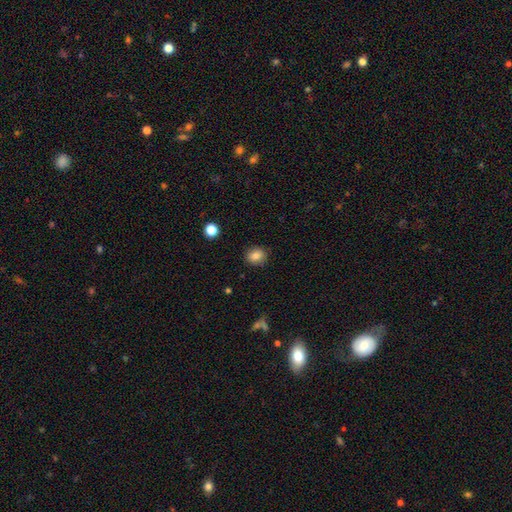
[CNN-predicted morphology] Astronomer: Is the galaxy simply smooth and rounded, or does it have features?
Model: smooth — 84%.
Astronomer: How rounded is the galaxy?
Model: round — 64%.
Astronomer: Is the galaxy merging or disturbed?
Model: none — 87%.